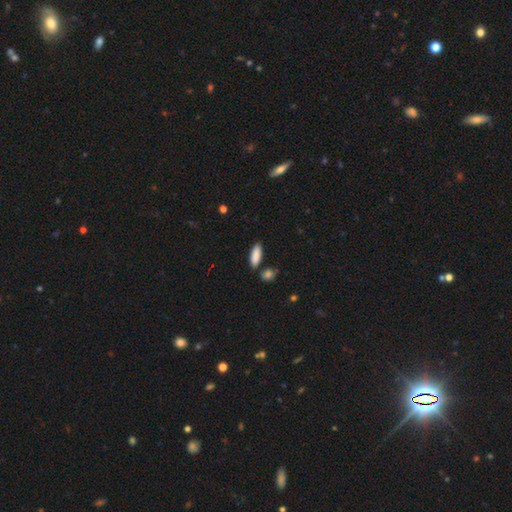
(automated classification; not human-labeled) Smooth or featured? smooth (88%)
How rounded? in between (60%)
Merging? none (79%)